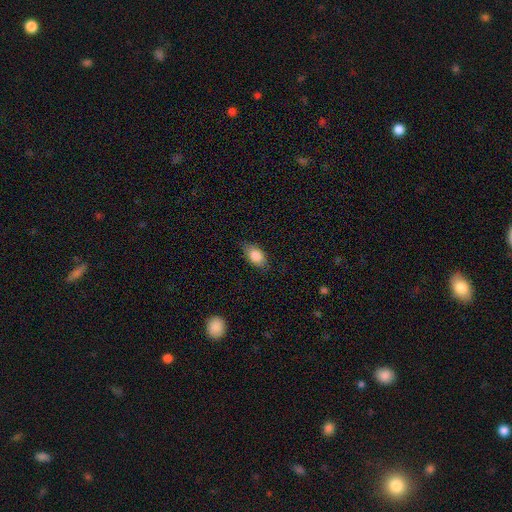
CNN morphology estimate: Smooth or featured? smooth (84%)
How rounded? in between (89%)
Merging? none (79%)